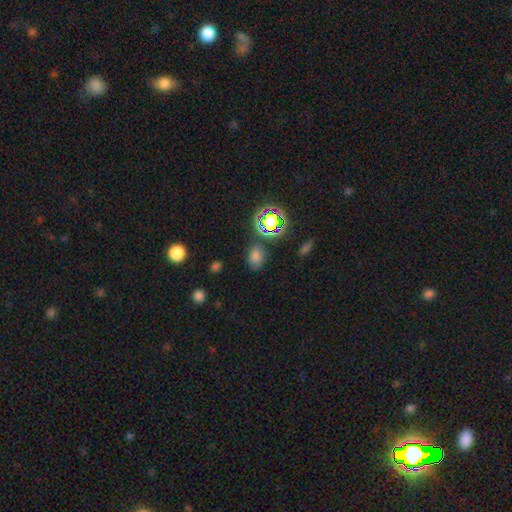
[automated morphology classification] Smooth or featured?
  - smooth: 62% *
  - star or artifact: 30%
  - featured or disk: 8%
How rounded?
  - in between: 64% *
  - round: 34%
  - cigar-shaped: 2%
Merging?
  - none: 75% *
  - minor disturbance: 15%
  - major disturbance: 5%
  - merger: 4%